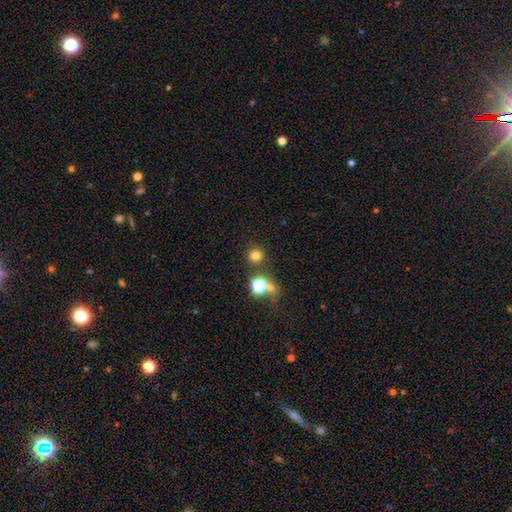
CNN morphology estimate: Overall: smooth (75%). How rounded: round (94%). Merging: none (82%).